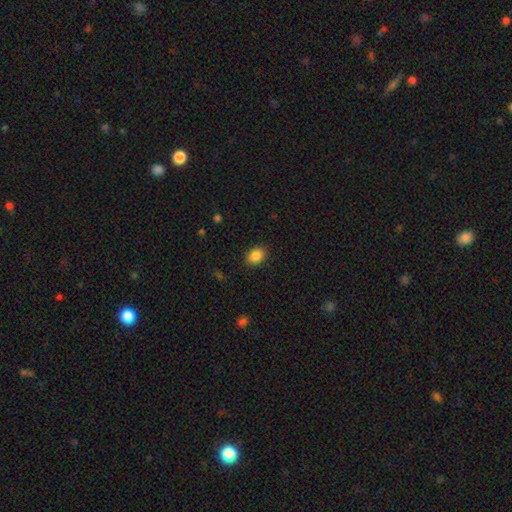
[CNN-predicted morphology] Smooth or featured? Predicted: smooth (p=0.86). How rounded? Predicted: in between (p=0.68). Merging? Predicted: none (p=0.88).